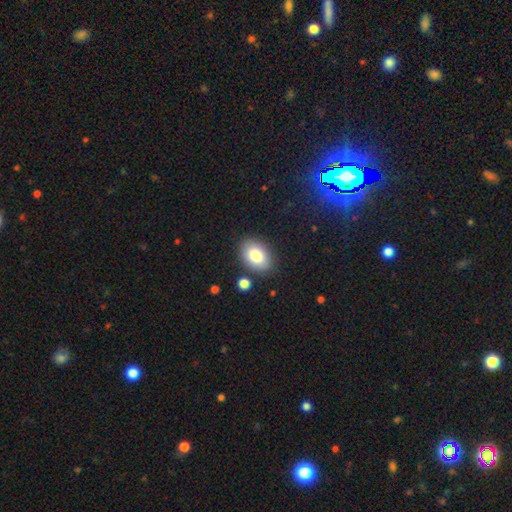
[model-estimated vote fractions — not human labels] Smooth or featured? smooth (83%)
How rounded? in between (85%)
Merging? none (84%)